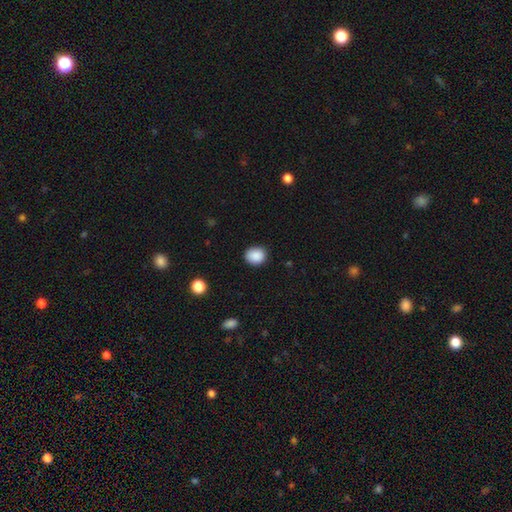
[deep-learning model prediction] Smooth or featured?
  - smooth: 89% *
  - star or artifact: 9%
  - featured or disk: 3%
How rounded?
  - round: 69% *
  - in between: 30%
  - cigar-shaped: 1%
Merging?
  - none: 87% *
  - minor disturbance: 10%
  - major disturbance: 2%
  - merger: 1%